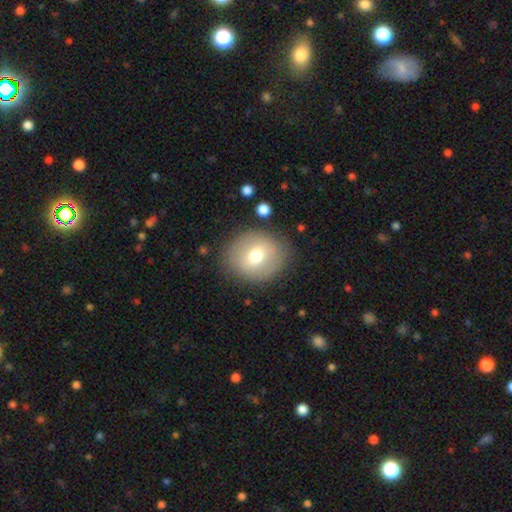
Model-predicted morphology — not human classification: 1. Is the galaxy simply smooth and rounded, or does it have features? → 66% smooth, 25% featured or disk, 9% star or artifact.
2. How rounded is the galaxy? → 74% round, 25% in between, 1% cigar-shaped.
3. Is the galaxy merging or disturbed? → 81% none, 12% minor disturbance, 5% major disturbance, 2% merger.